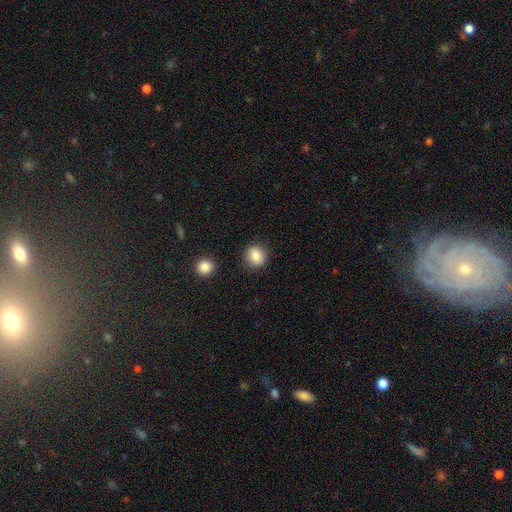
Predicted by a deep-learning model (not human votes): A smooth galaxy with no disk features (86%) that is round (83%). Merging: none (88%).